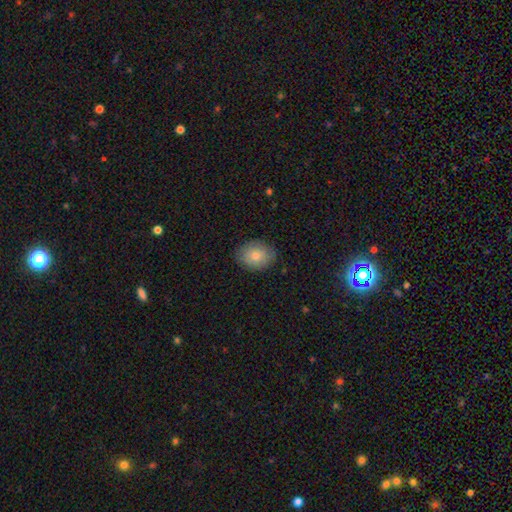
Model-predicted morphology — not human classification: Overall: smooth (76%). How rounded: in between (64%; round 35%). Merging: none (84%).